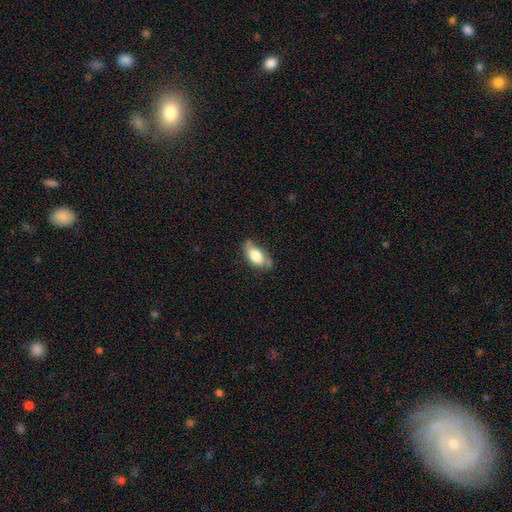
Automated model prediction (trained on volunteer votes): Q: Smooth or featured?
A: smooth (73%); runner-up: featured or disk (20%)
Q: How rounded?
A: in between (90%); runner-up: cigar-shaped (6%)
Q: Merging?
A: none (55%); runner-up: minor disturbance (31%)